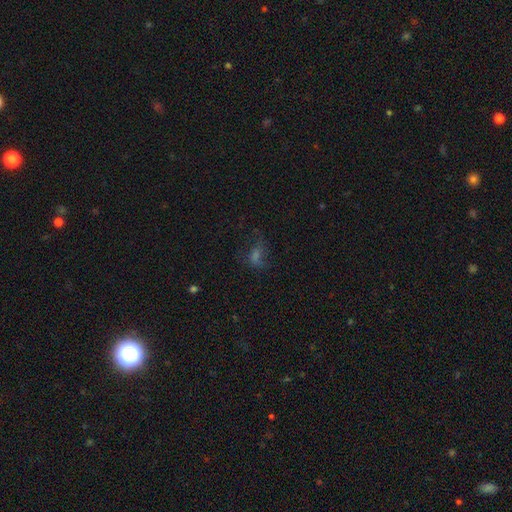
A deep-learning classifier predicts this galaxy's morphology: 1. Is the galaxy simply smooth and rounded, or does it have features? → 35% smooth (tied), 35% featured or disk (tied), 31% star or artifact.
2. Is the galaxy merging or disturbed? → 53% none, 24% major disturbance, 20% minor disturbance, 3% merger.